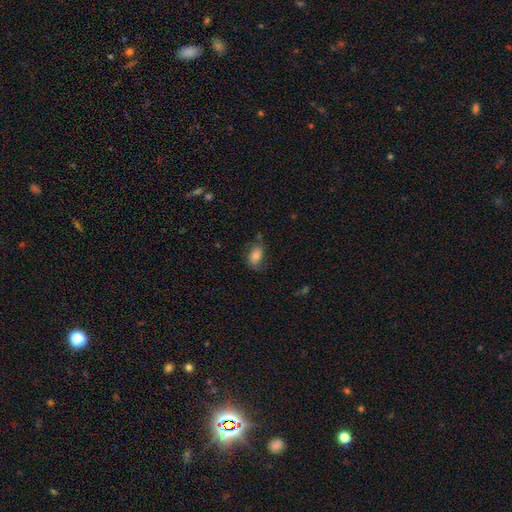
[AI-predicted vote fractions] Overall: smooth (73%). How rounded: in between (87%). Merging: none (67%).